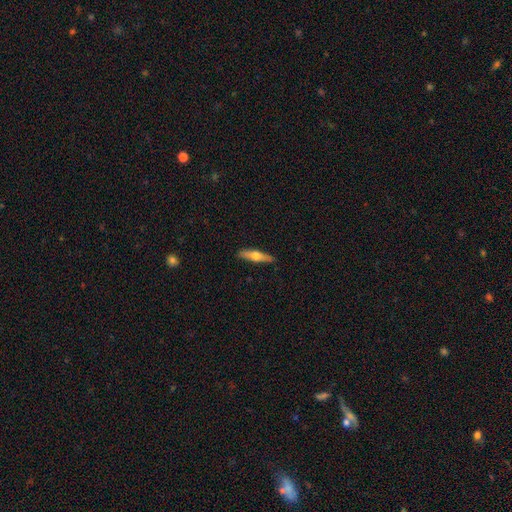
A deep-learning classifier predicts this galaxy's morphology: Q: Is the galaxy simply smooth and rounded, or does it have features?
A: featured or disk — 49%.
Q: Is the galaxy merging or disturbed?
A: none — 89%.